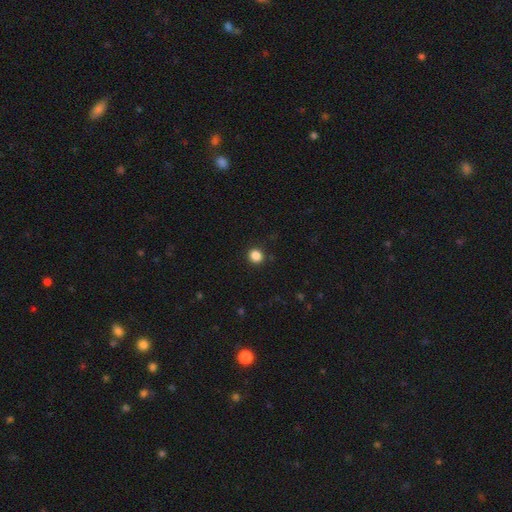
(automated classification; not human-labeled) Smooth or featured? smooth (86%)
How rounded? round (84%)
Merging? none (90%)